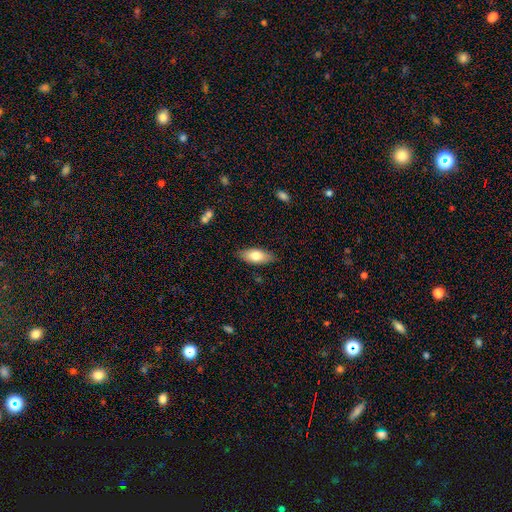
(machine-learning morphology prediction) smooth 73%, featured or disk 21%, star or artifact 6%. Down the decision tree: how rounded — in between (82%); merging — none (86%).